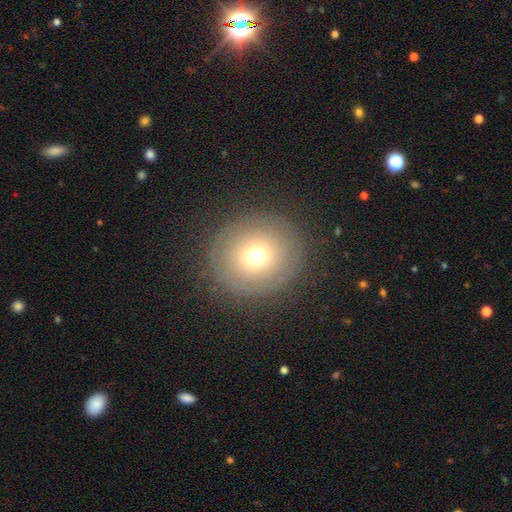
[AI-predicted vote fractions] Smooth or featured? smooth (63%)
How rounded? round (90%)
Merging? none (85%)